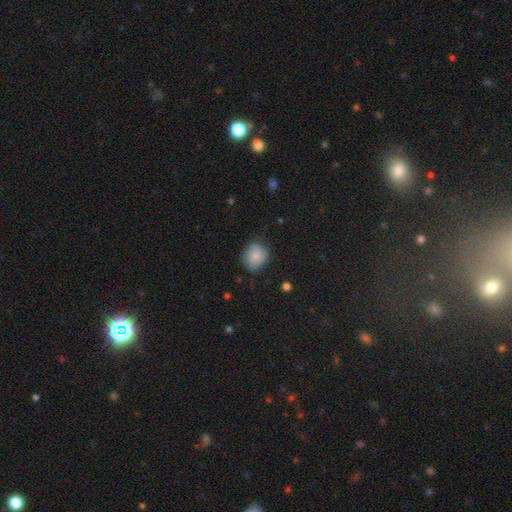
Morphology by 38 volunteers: Smooth or featured?
  - smooth: 84% *
  - featured or disk: 8%
  - star or artifact: 8%
How rounded?
  - round: 78% *
  - in between: 22%
  - cigar-shaped: 0%
Merging?
  - none: 71% *
  - minor disturbance: 23%
  - major disturbance: 6%
  - merger: 0%